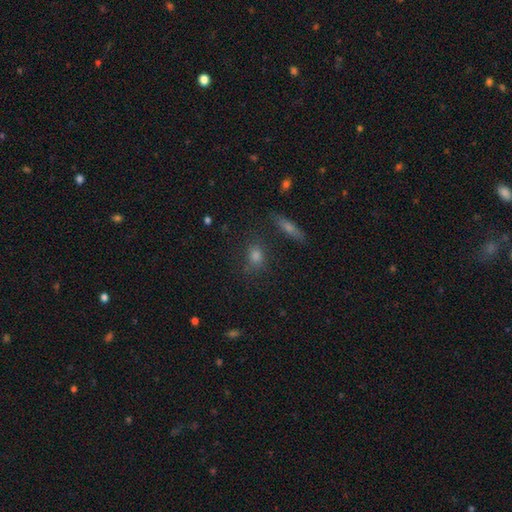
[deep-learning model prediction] Morphology: type=smooth (65%); roundness=round (52%); merging=none (78%).